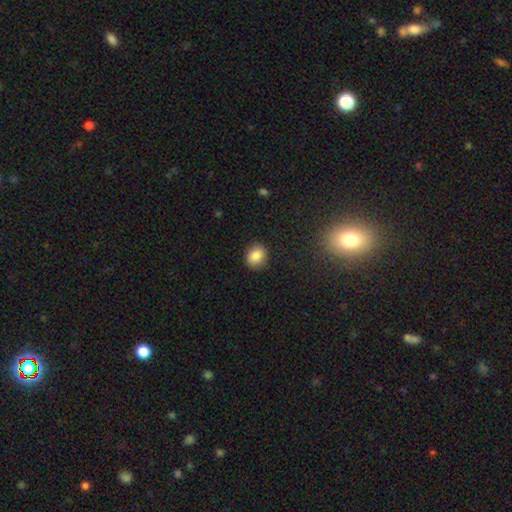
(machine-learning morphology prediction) smooth_or_featured: smooth (p=0.85) [alt: star or artifact p=0.09]
how_rounded: round (p=0.68) [alt: in between p=0.30]
merging: none (p=0.84) [alt: minor disturbance p=0.11]